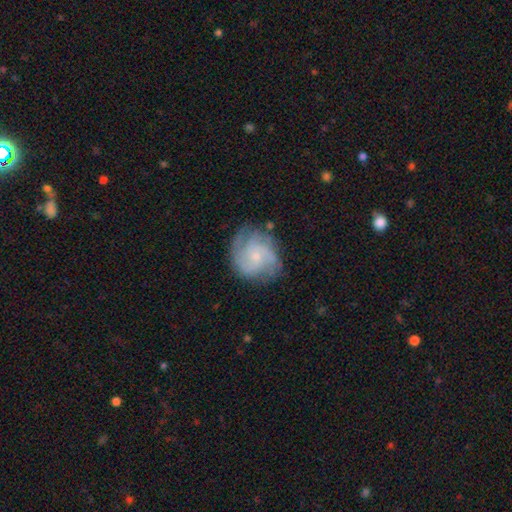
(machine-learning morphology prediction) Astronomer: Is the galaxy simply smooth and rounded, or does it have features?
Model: featured or disk — 74%.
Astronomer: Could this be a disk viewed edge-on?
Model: no — 98%.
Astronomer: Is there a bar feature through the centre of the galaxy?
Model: no — 70%.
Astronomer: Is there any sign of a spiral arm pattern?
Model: yes — 93%.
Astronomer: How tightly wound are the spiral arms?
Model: medium — 44% (runner-up: tight, 41%).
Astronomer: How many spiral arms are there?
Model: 3 — 27% (runner-up: 2, 26%).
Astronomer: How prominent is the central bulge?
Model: small — 70%.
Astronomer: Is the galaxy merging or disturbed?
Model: none — 71%.